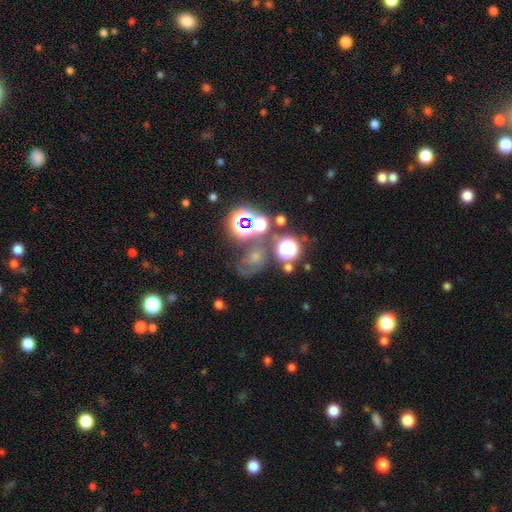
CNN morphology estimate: This appears to be a star or artifact, not a galaxy (39%).